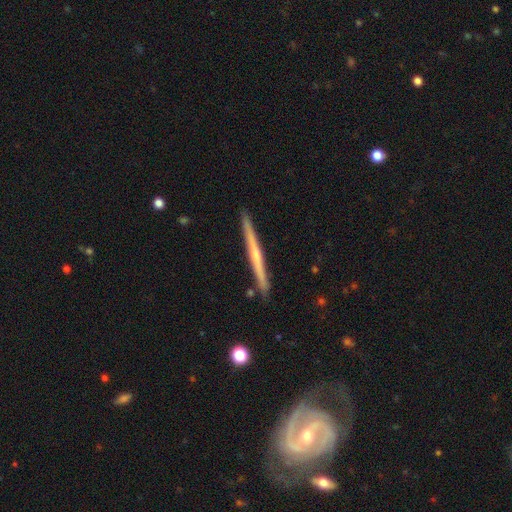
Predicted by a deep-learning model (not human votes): Smooth or featured? featured or disk (62%)
Edge-on disk? yes (98%)
Edge-on bulge? none (58%)
Merging? none (91%)